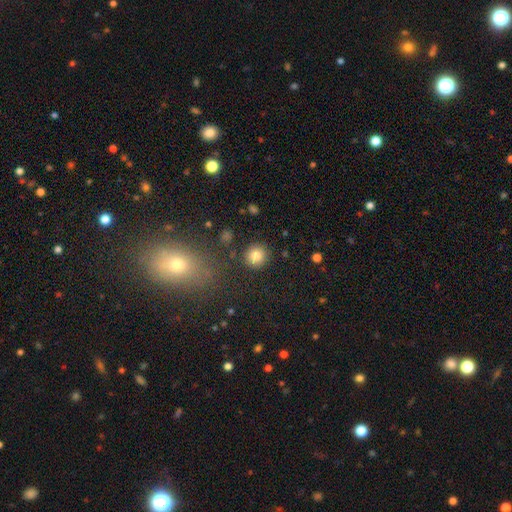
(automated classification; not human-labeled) A smooth galaxy with no disk features (83%) that is round (92%). Merging: none (88%).